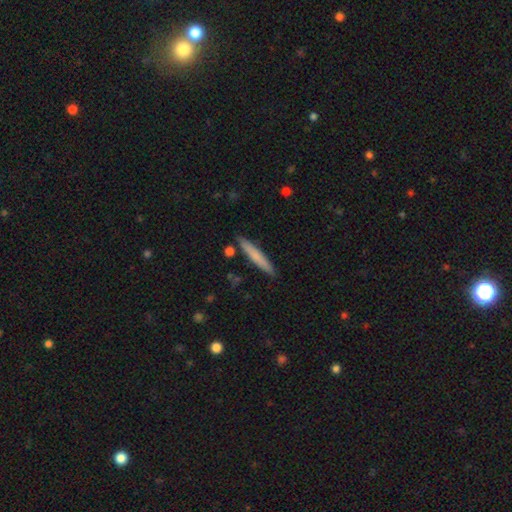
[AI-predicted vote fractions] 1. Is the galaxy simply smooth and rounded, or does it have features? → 71% smooth, 23% featured or disk, 6% star or artifact.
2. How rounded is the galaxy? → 94% cigar-shaped, 5% in between, 1% round.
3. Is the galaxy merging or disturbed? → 87% none, 9% minor disturbance, 2% merger, 2% major disturbance.